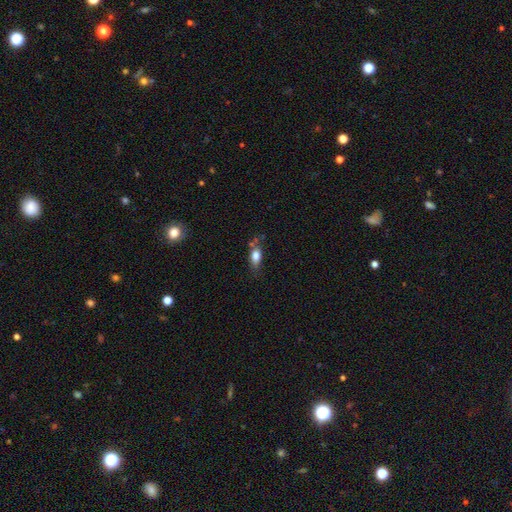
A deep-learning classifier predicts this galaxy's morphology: A smooth galaxy with no disk features (77%) that is in between round and cigar-shaped (77%).

Vote fractions:
- Smooth or featured? smooth: 77% / featured or disk: 14% / star or artifact: 9%
- How rounded? in between: 77% / cigar-shaped: 11% / round: 11%
- Merging? none: 56% / minor disturbance: 25% / merger: 10% / major disturbance: 9%